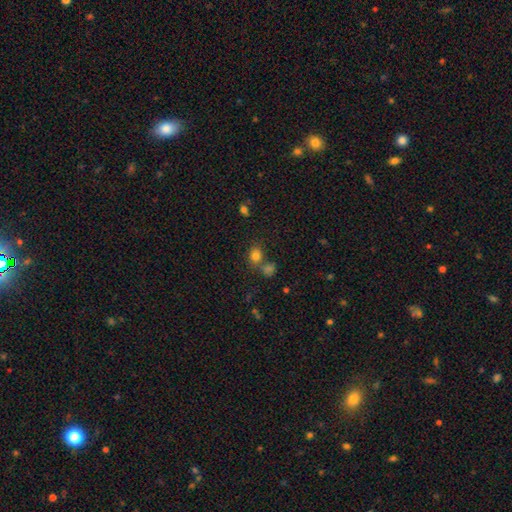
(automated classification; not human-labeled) Overall: smooth (79%). How rounded: round (58%; in between 41%). Merging: none (60%; merger 24%).